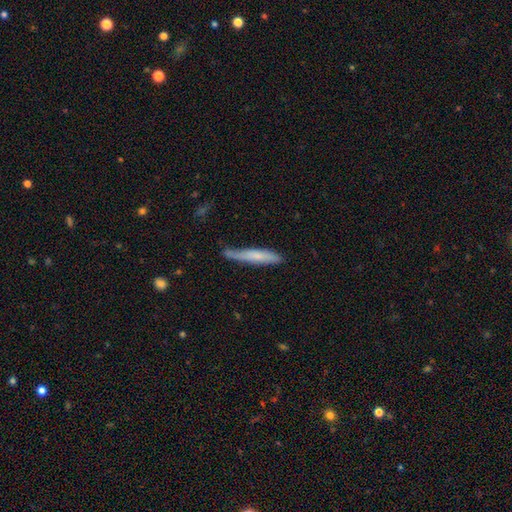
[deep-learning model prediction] Smooth or featured? Predicted: smooth (p=0.65). How rounded? Predicted: cigar-shaped (p=0.92). Merging? Predicted: none (p=0.62).